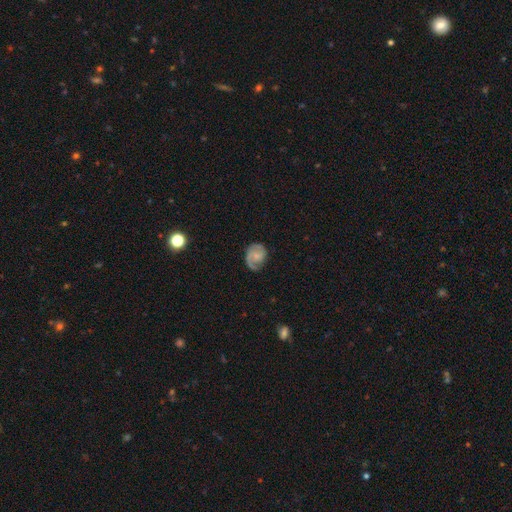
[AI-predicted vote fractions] Morphology: type=featured or disk (65%); edge-on=no (98%); bar=no (67%); spiral arms=yes (91%); winding=medium (42%); arm count=2 (55%); bulge=small (54%); merging=none (61%).